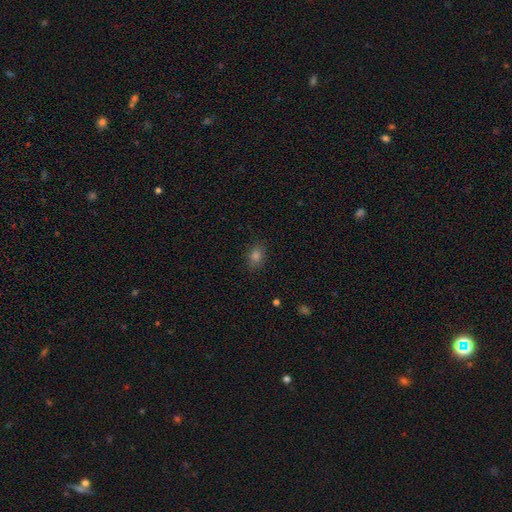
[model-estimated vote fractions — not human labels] Q: Smooth or featured?
A: smooth (77%); runner-up: star or artifact (17%)
Q: How rounded?
A: in between (61%); runner-up: round (37%)
Q: Merging?
A: none (87%); runner-up: minor disturbance (10%)